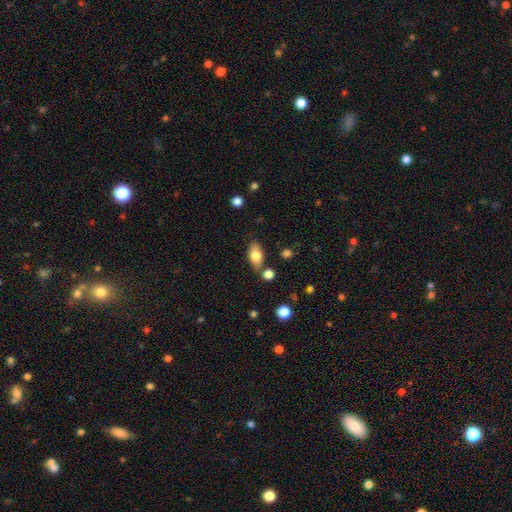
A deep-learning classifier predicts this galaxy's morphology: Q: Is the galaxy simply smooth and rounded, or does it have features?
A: smooth — 80%.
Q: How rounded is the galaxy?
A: in between — 88%.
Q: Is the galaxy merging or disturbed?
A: none — 73%.